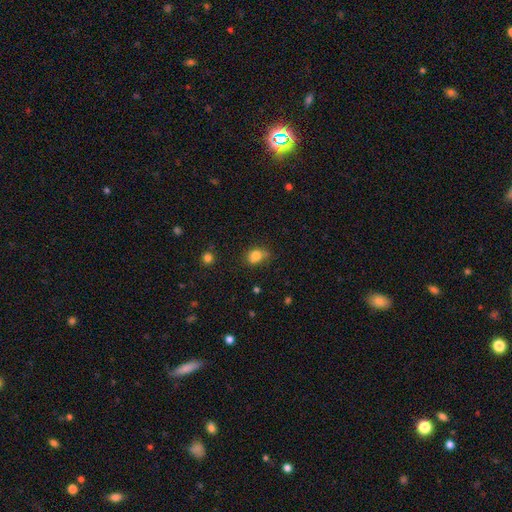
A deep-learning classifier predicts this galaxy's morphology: A smooth galaxy with no disk features (81%) that is in between round and cigar-shaped (52%).

Vote fractions:
- Smooth or featured? smooth: 81% / star or artifact: 12% / featured or disk: 7%
- How rounded? in between: 52% / round: 46% / cigar-shaped: 1%
- Merging? none: 63% / minor disturbance: 25% / merger: 6% / major disturbance: 6%